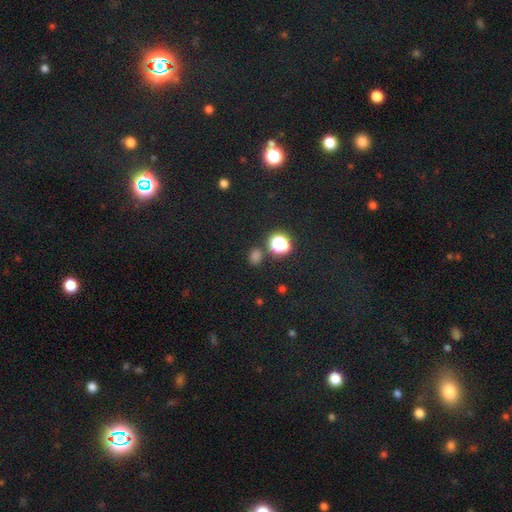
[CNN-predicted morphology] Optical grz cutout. It shows a smooth galaxy with no disk features (65%) that is round (63%). Merging: none (78%).